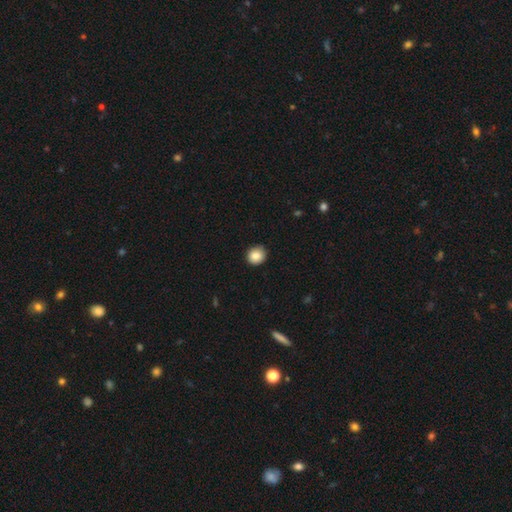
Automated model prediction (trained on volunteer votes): Smooth or featured? smooth (87%)
How rounded? round (87%)
Merging? none (86%)